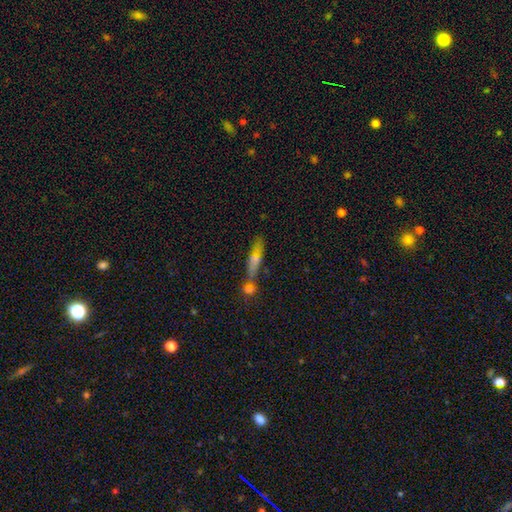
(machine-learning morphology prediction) smooth_or_featured: smooth (p=0.52) [alt: featured or disk p=0.36]
how_rounded: cigar-shaped (p=0.75) [alt: in between p=0.20]
merging: none (p=0.53) [alt: merger p=0.28]